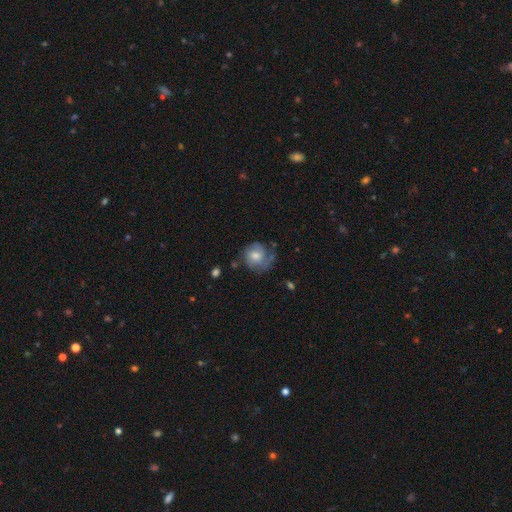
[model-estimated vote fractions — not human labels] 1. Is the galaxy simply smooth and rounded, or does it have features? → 54% featured or disk, 37% smooth, 8% star or artifact.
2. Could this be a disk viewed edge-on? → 97% no, 3% yes.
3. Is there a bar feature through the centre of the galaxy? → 76% no, 21% weak, 3% strong.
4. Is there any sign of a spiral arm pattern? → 82% yes, 18% no.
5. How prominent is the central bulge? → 63% moderate, 25% small, 8% large, 2% none, 1% dominant.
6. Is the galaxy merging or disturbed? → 58% none, 24% minor disturbance, 15% major disturbance, 3% merger.